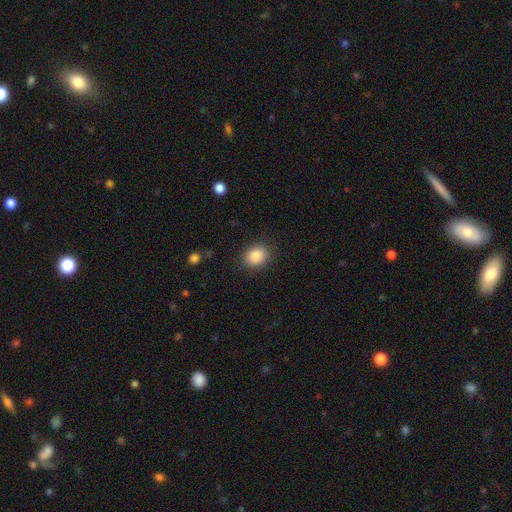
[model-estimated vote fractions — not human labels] This appears to be a smooth galaxy with no disk features (86%) that is round (55%). Merging: none (87%).